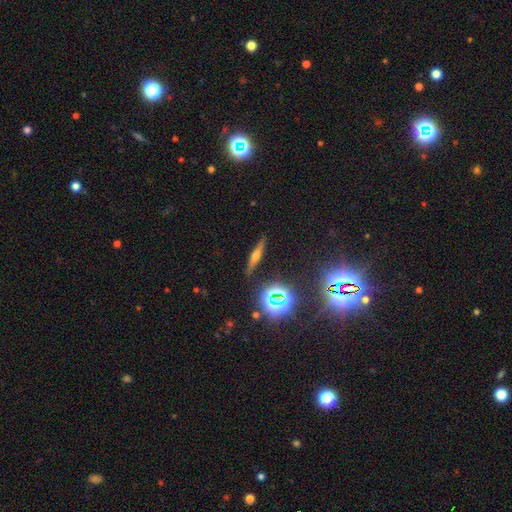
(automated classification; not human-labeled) Morphology: type=featured or disk (51%); edge-on=yes (94%); merging=none (88%).